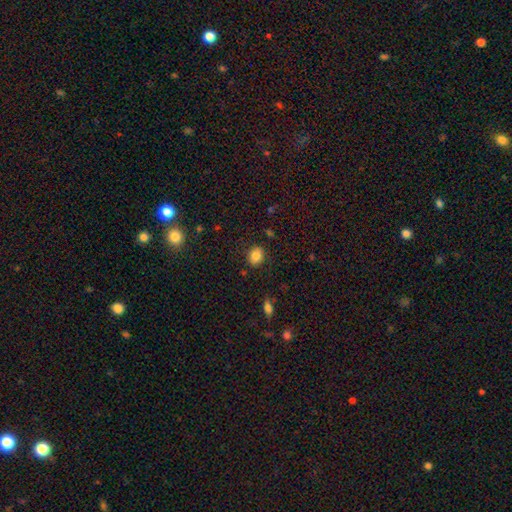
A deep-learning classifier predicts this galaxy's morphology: smooth-or-featured: smooth: 84% | star or artifact: 10% | featured or disk: 6%
  how-rounded: round: 52% | in between: 46% | cigar-shaped: 1%
  merging: none: 86% | minor disturbance: 10% | major disturbance: 3% | merger: 2%